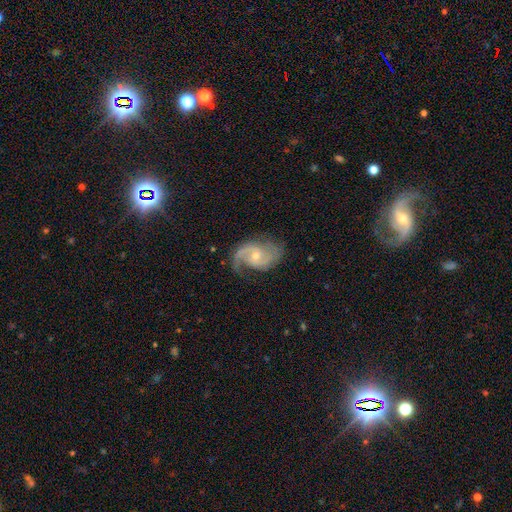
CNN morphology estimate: A featured or disk galaxy (89%) with no bar (53%), 2 (86%) medium (53%) spiral arms (97%) and a small central bulge (54%).

Vote fractions:
- Smooth or featured? featured or disk: 89% / smooth: 6% / star or artifact: 5%
- Edge-on disk? no: 98% / yes: 2%
- Bar? no: 53% / weak: 40% / strong: 8%
- Spiral arms? yes: 97% / no: 3%
- Spiral winding? medium: 53% / loose: 28% / tight: 18%
- Spiral arm count? 2: 86% / 1: 5% / can't tell: 4% / 3: 3% / 4: 1% / more than 4: 1%
- Bulge size? small: 54% / moderate: 42% / none: 2% / large: 1% / dominant: 1%
- Merging? none: 70% / minor disturbance: 20% / major disturbance: 9% / merger: 1%